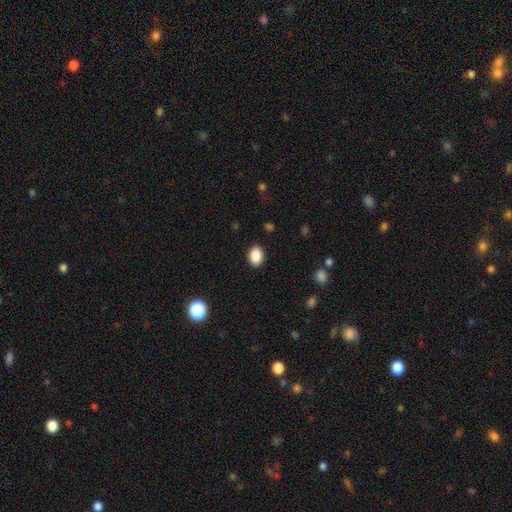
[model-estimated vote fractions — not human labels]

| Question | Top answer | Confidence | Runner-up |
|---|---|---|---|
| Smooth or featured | smooth | 89% | star or artifact (8%) |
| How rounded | in between | 73% | round (26%) |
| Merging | none | 89% | minor disturbance (8%) |